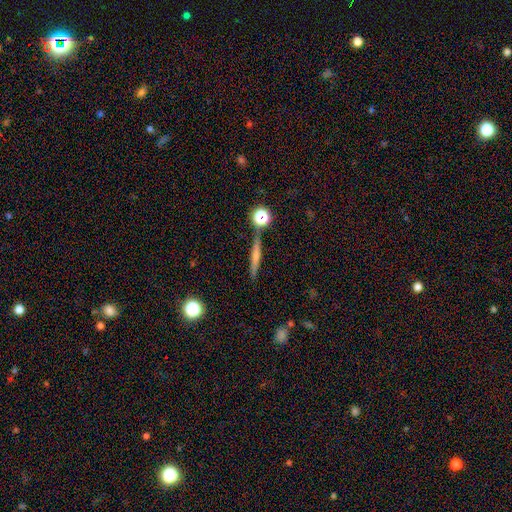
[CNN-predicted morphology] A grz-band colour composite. It shows a smooth galaxy with no disk features (54%) that is cigar-shaped (86%). Merging: none (81%).